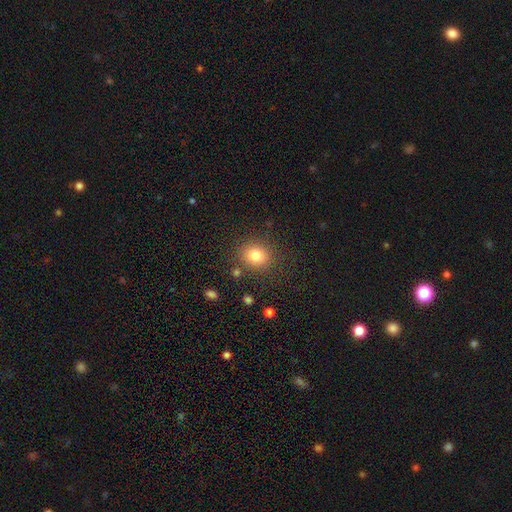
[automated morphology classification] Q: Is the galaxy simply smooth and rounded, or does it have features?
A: smooth — 80%.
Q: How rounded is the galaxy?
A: round — 73%.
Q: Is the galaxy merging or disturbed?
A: none — 83%.